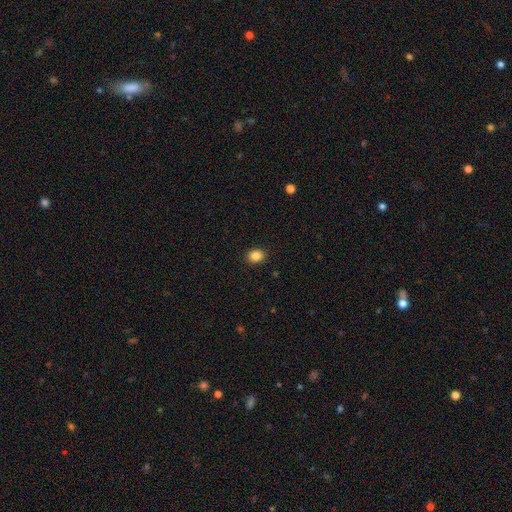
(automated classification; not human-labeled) smooth_or_featured: smooth (p=0.86) [alt: star or artifact p=0.10]
how_rounded: in between (p=0.51) [alt: round p=0.48]
merging: none (p=0.90) [alt: minor disturbance p=0.07]